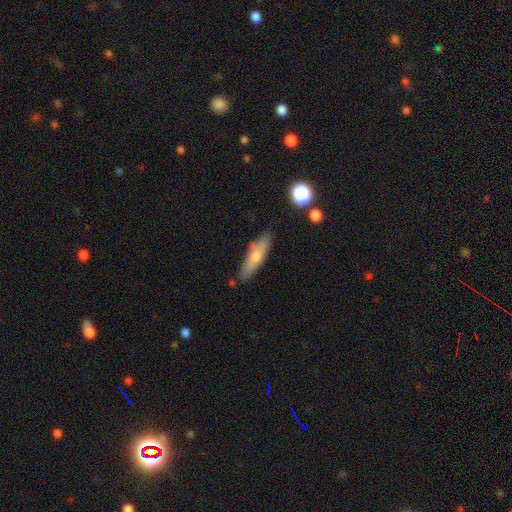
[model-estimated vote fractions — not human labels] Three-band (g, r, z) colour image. It shows a smooth galaxy with no disk features (65%) that is cigar-shaped (68%). Merging: none (78%).